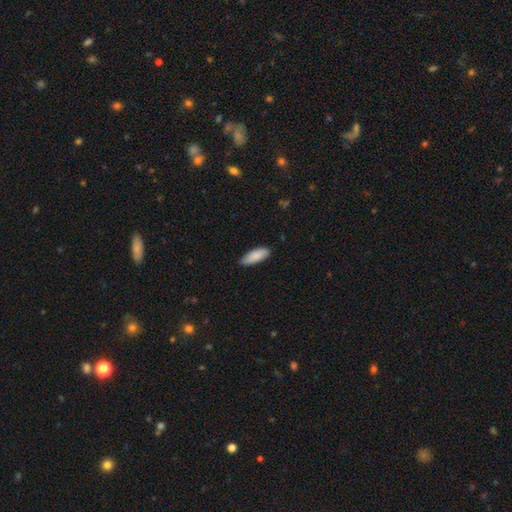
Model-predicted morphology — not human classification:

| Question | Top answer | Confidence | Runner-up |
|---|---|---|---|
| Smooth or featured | smooth | 88% | featured or disk (6%) |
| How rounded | in between | 68% | cigar-shaped (31%) |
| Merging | none | 86% | minor disturbance (12%) |